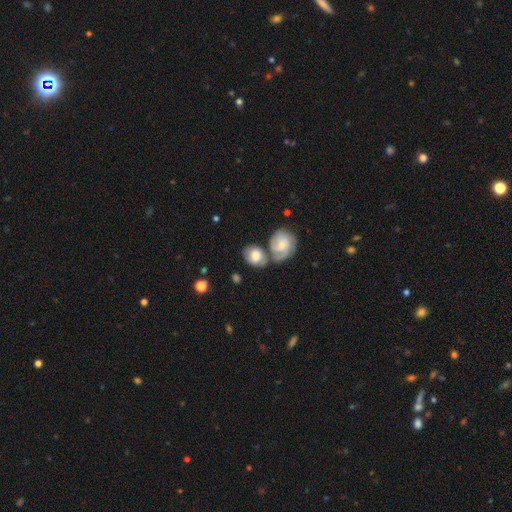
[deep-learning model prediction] This appears to be a smooth galaxy with no disk features (54%) that is in between round and cigar-shaped (53%). Merging: merger (43%).